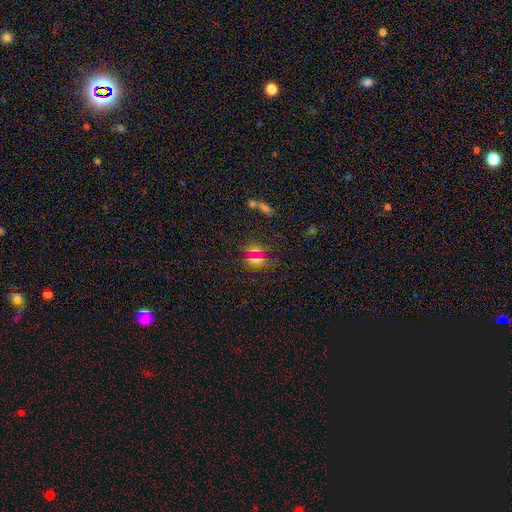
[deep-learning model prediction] Overall: smooth (47%; star or artifact 43%). Merging: none (69%).